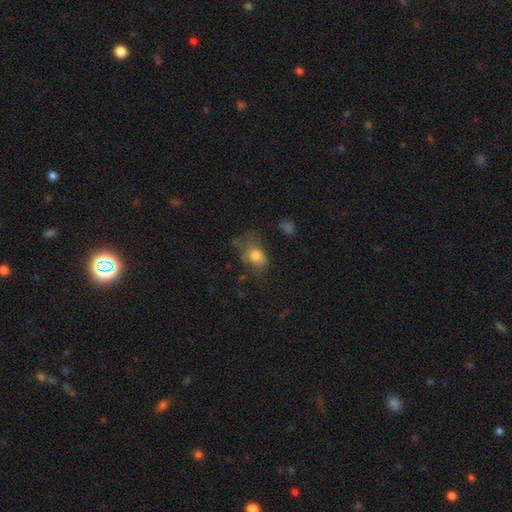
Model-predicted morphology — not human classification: Overall: smooth (74%). How rounded: in between (66%; round 32%). Merging: none (37%; major disturbance 30%).